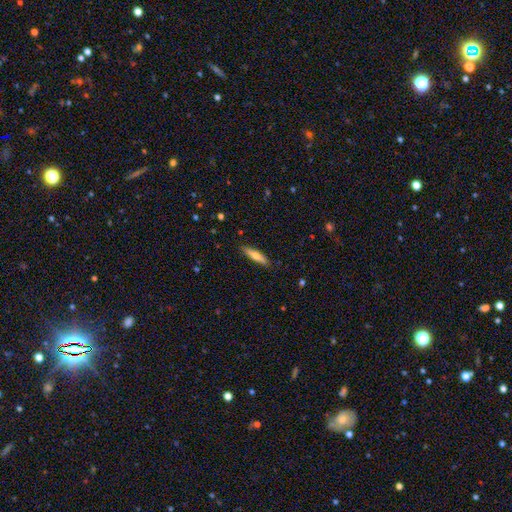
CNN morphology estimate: Q: Smooth or featured?
A: smooth (65%); runner-up: featured or disk (29%)
Q: How rounded?
A: cigar-shaped (81%); runner-up: in between (18%)
Q: Merging?
A: none (88%); runner-up: minor disturbance (9%)